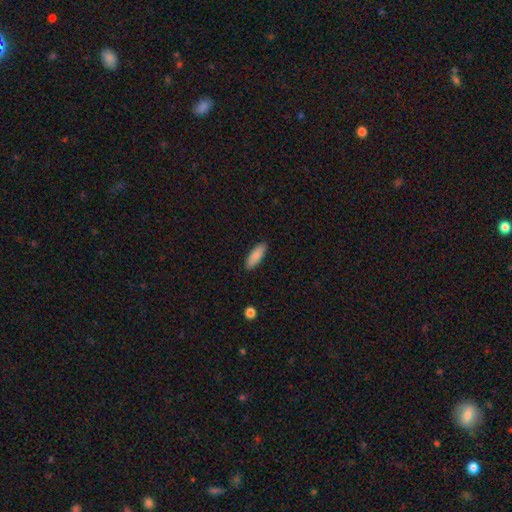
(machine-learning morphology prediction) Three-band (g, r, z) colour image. It shows a smooth galaxy with no disk features (86%) that is in between round and cigar-shaped (63%). Merging: none (88%).